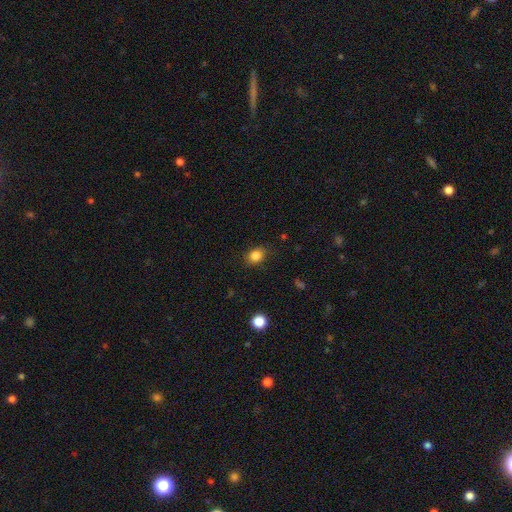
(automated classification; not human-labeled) Q: Smooth or featured?
A: smooth (84%); runner-up: star or artifact (11%)
Q: How rounded?
A: round (59%); runner-up: in between (40%)
Q: Merging?
A: none (83%); runner-up: minor disturbance (12%)